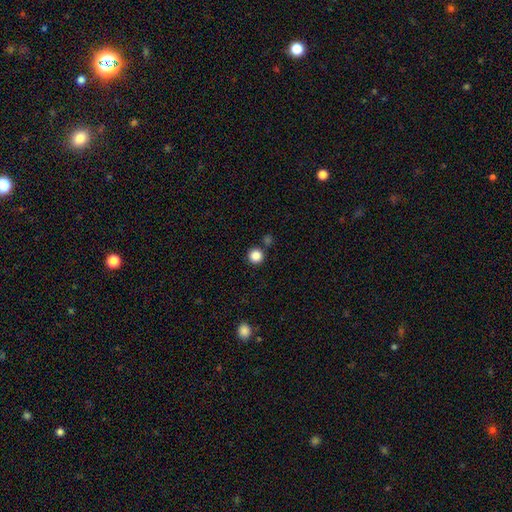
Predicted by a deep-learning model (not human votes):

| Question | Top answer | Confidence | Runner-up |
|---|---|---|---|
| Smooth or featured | smooth | 86% | star or artifact (11%) |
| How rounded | round | 96% | in between (3%) |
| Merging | none | 84% | merger (8%) |